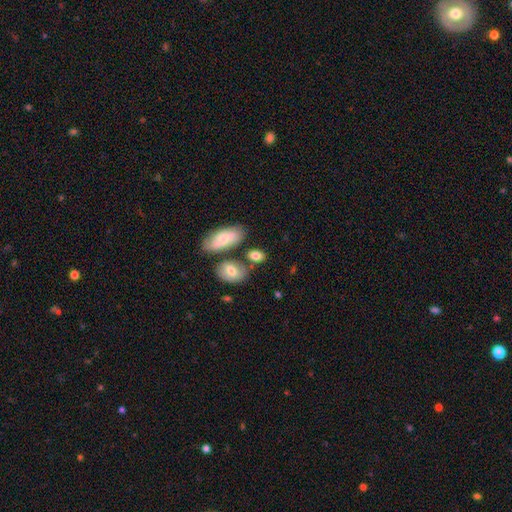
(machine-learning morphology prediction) Smooth or featured?
  - smooth: 79% *
  - featured or disk: 14%
  - star or artifact: 8%
How rounded?
  - in between: 83% *
  - round: 14%
  - cigar-shaped: 3%
Merging?
  - none: 60% *
  - merger: 18%
  - minor disturbance: 17%
  - major disturbance: 5%